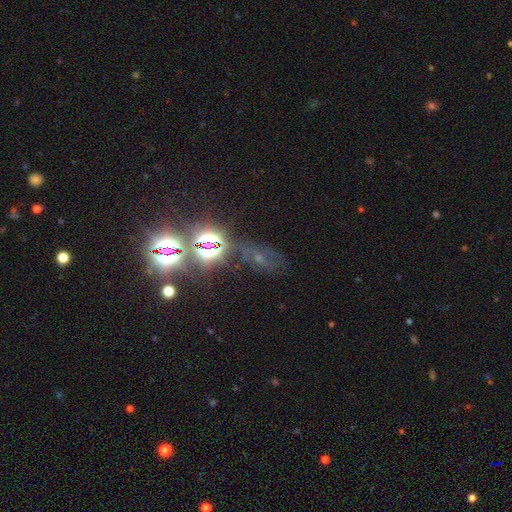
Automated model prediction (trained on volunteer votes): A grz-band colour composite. It shows a star or artifact, not a galaxy (67%).